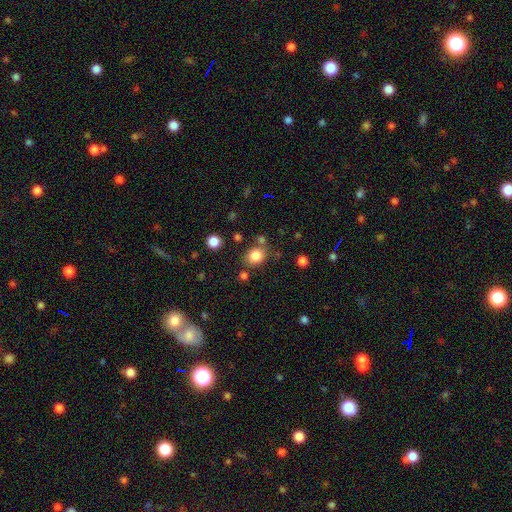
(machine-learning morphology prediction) Smooth or featured? smooth (83%)
How rounded? round (66%)
Merging? none (73%)